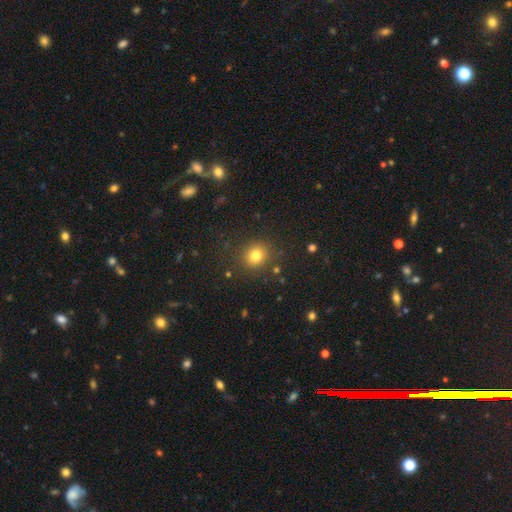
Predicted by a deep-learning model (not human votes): This appears to be a smooth galaxy with no disk features (79%) that is round (82%). Merging: none (87%).